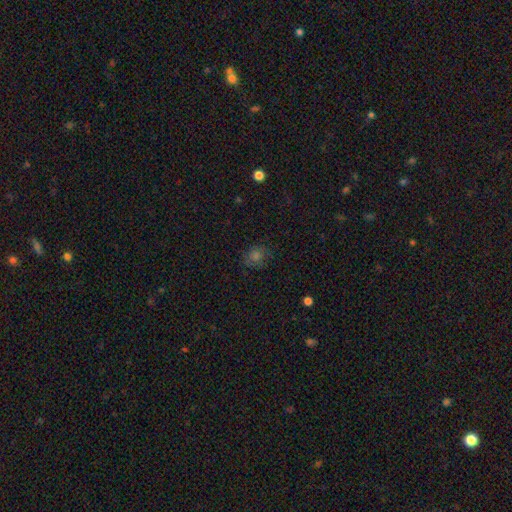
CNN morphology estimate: A smooth galaxy with no disk features (59%) that is round (67%).

Vote fractions:
- Smooth or featured? smooth: 59% / star or artifact: 28% / featured or disk: 13%
- How rounded? round: 67% / in between: 32% / cigar-shaped: 1%
- Merging? none: 82% / minor disturbance: 13% / major disturbance: 4% / merger: 1%